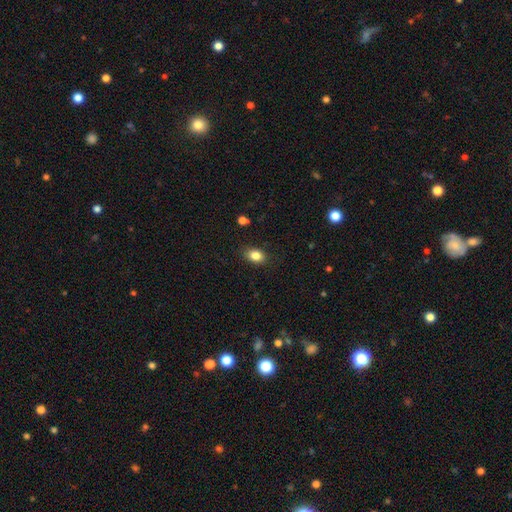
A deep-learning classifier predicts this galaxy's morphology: Smooth or featured? smooth (85%)
How rounded? in between (78%)
Merging? none (85%)